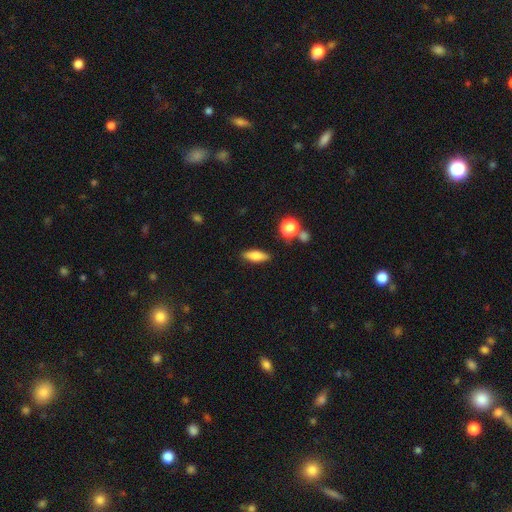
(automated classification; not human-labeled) smooth 77%, featured or disk 15%, star or artifact 8%. Down the decision tree: how rounded — in between (62%); merging — none (84%).